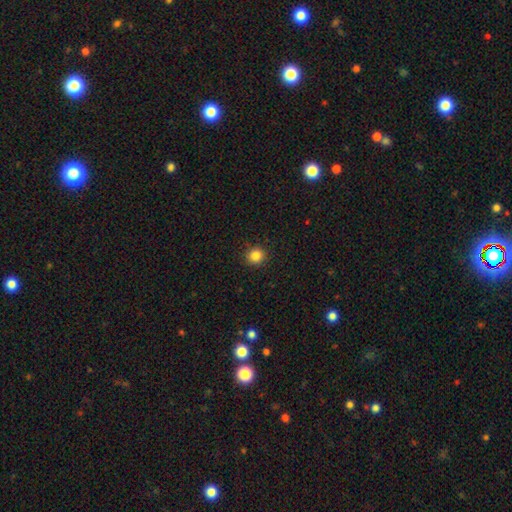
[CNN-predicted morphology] Smooth or featured? Predicted: smooth (p=0.85). How rounded? Predicted: round (p=0.92). Merging? Predicted: none (p=0.91).